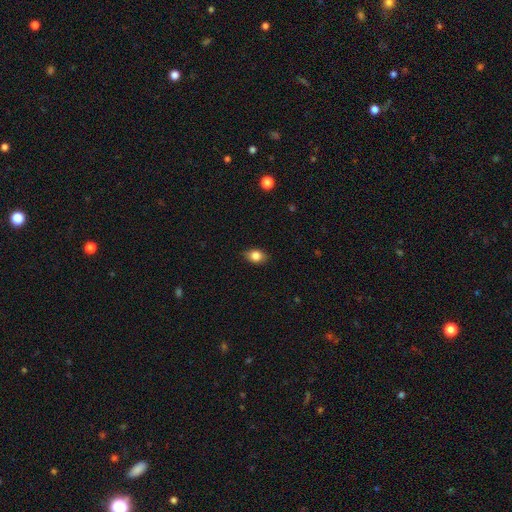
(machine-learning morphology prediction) smooth_or_featured: smooth (p=0.83) [alt: star or artifact p=0.09]
how_rounded: in between (p=0.68) [alt: round p=0.30]
merging: none (p=0.83) [alt: minor disturbance p=0.13]